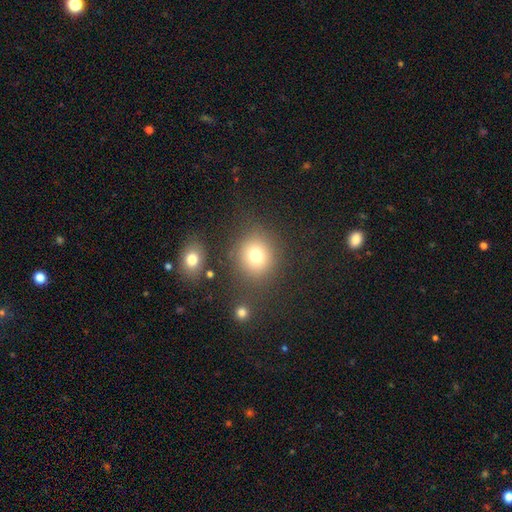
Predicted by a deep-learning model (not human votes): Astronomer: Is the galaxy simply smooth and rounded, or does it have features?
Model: smooth — 75%.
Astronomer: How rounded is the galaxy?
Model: round — 80%.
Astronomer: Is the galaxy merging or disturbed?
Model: none — 78%.